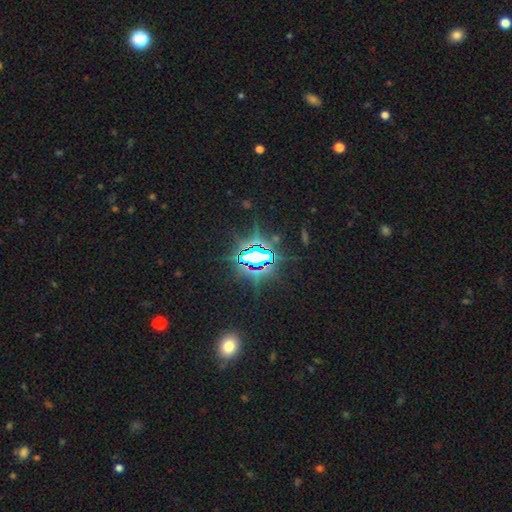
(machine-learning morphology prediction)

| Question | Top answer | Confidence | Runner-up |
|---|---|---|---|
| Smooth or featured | star or artifact | 81% | featured or disk (10%) |